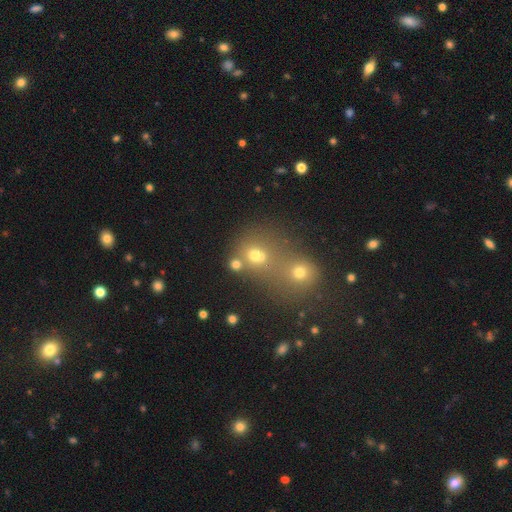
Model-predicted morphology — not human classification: This is likely a smooth galaxy (61%). How rounded: likely round (74%). Merging: possibly merger (57%).